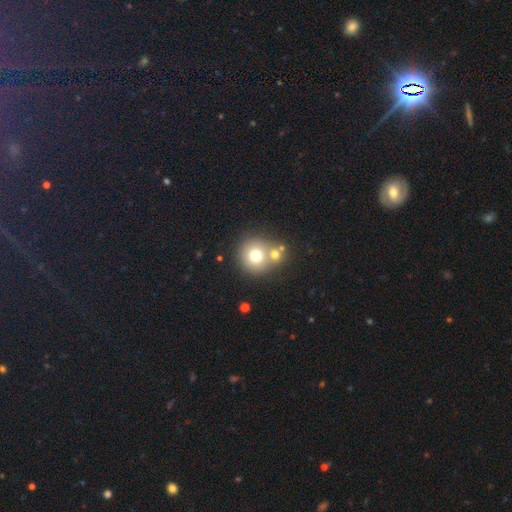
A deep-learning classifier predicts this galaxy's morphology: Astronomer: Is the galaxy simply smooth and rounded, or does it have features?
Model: smooth — 71%.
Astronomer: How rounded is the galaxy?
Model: round — 90%.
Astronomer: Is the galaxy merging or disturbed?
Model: none — 56% (runner-up: merger, 33%).